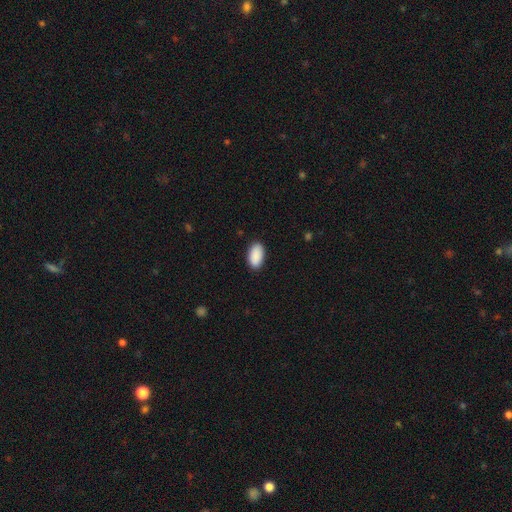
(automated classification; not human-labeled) smooth-or-featured: smooth: 91% | star or artifact: 6% | featured or disk: 3%
  how-rounded: in between: 95% | round: 3% | cigar-shaped: 2%
  merging: none: 89% | minor disturbance: 9% | major disturbance: 2% | merger: 1%